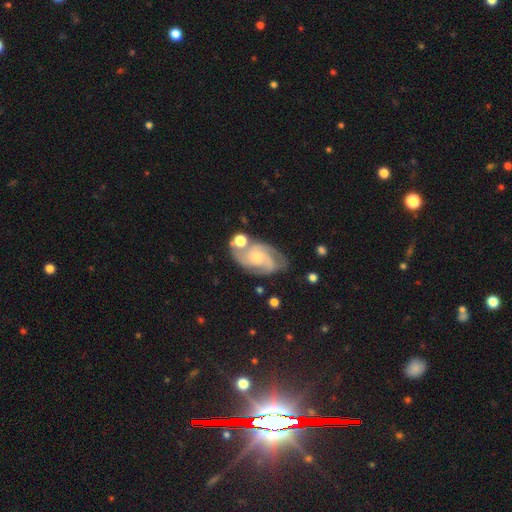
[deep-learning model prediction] A featured or disk galaxy (84%) with no bar (68%), 2 (38%) tight (50%) spiral arms (97%) and a small central bulge (68%). Merging: none (66%).